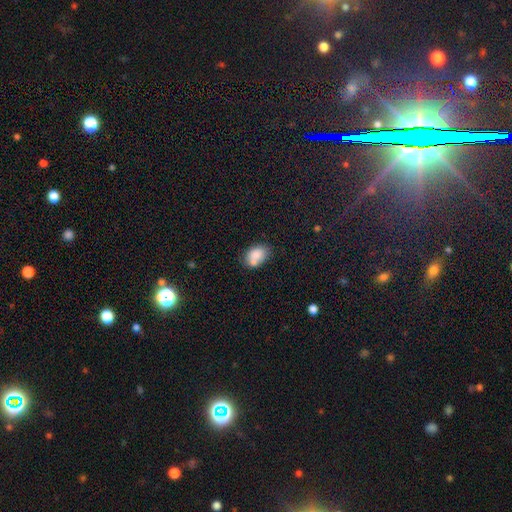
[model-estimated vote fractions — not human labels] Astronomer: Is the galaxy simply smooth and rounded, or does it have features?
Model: smooth — 80%.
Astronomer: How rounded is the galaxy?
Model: in between — 79%.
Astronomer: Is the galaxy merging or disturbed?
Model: none — 53%.